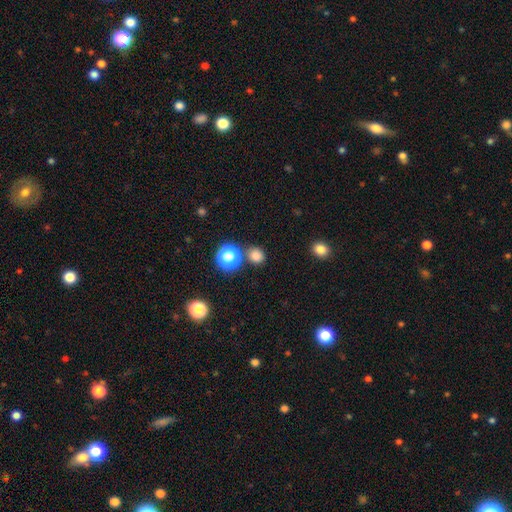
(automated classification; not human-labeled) The model was most divided on "how rounded": round: 80%, in between: 19%, cigar-shaped: 1%. More confident: merging — none (80%); smooth or featured — smooth (78%).